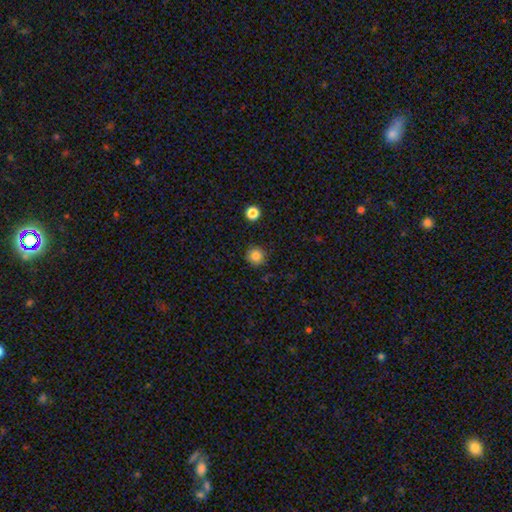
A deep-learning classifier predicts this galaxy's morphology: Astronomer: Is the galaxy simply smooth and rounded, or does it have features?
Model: smooth — 84%.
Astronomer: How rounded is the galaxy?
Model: round — 94%.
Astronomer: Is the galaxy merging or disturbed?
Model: none — 89%.